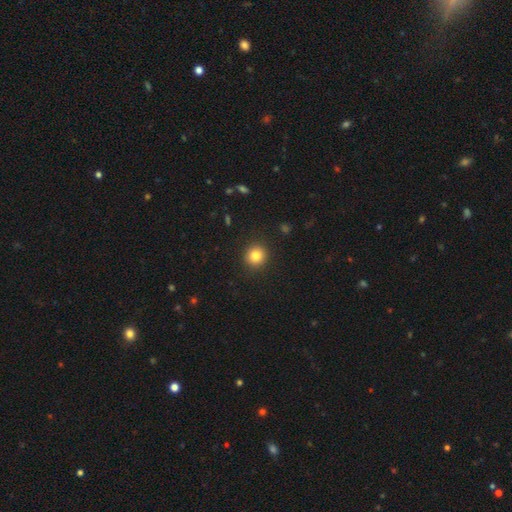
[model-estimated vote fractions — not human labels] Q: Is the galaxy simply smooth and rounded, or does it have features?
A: smooth — 82%.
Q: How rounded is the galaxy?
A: round — 91%.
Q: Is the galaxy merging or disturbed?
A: none — 91%.